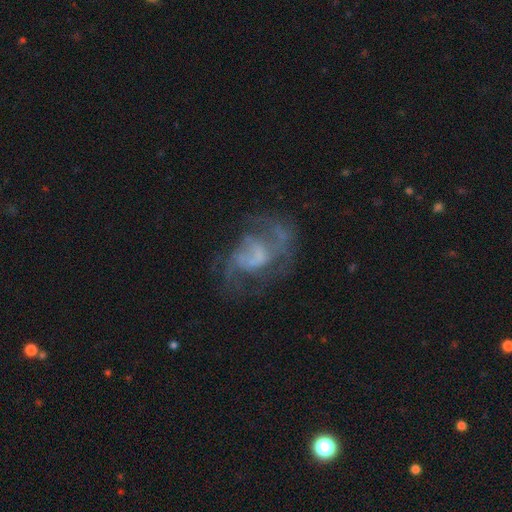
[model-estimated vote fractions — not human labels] This appears to be a featured or disk galaxy (72%) with no bar (61%), spiral arms (69%) and no central bulge (43%). Merging: none (44%).